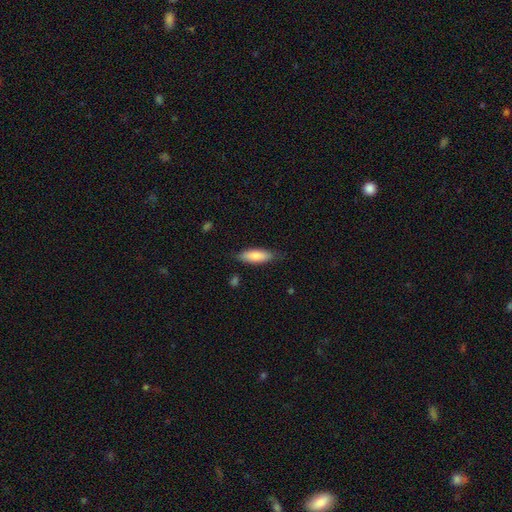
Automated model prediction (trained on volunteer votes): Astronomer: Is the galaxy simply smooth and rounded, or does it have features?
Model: smooth — 82%.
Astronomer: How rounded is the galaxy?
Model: in between — 64%.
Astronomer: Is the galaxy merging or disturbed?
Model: none — 78%.